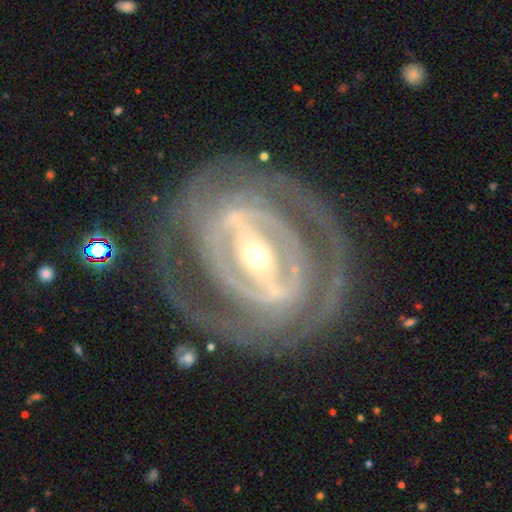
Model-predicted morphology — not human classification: smooth_or_featured: featured or disk (p=0.88) [alt: smooth p=0.07]
disk_edge_on: no (p=0.93) [alt: yes p=0.07]
bar: strong (p=0.73) [alt: weak p=0.19]
has_spiral_arms: yes (p=0.76) [alt: no p=0.24]
spiral_winding: tight (p=0.71) [alt: medium p=0.22]
spiral_arm_count: 2 (p=0.39) [alt: can't tell p=0.35]
bulge_size: small (p=0.59) [alt: moderate p=0.36]
merging: none (p=0.76) [alt: minor disturbance p=0.13]